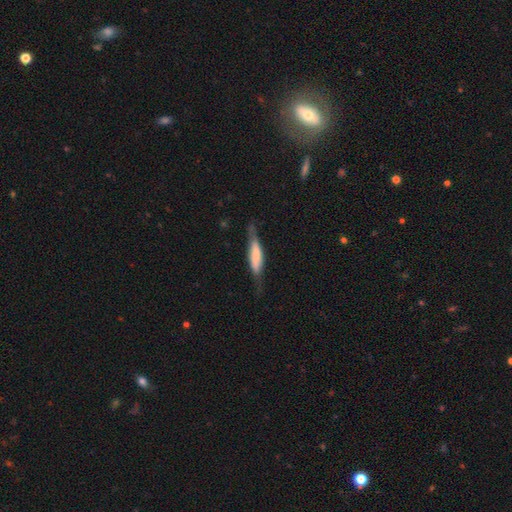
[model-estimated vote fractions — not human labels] Smooth or featured: smooth — 56% (featured or disk — 38%)
How rounded: cigar-shaped — 73% (in between — 26%)
Merging: none — 63% (minor disturbance — 26%)